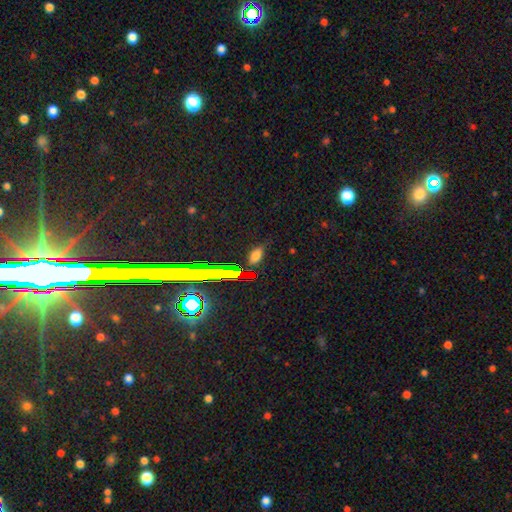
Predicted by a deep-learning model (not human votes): Smooth or featured: smooth — 68% (star or artifact — 23%)
How rounded: in between — 85% (round — 8%)
Merging: none — 78% (minor disturbance — 15%)